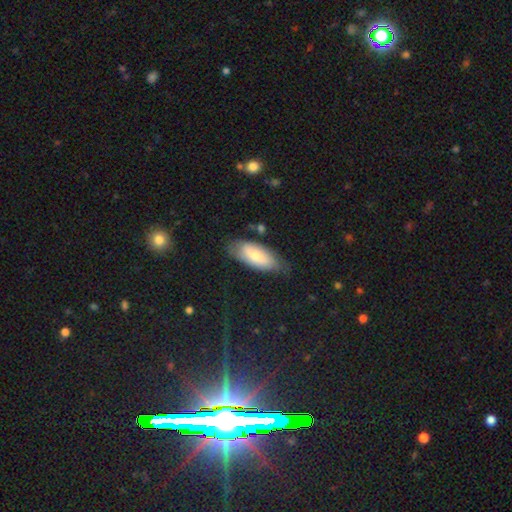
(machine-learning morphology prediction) Smooth or featured? Predicted: smooth (p=0.67). How rounded? Predicted: in between (p=0.87). Merging? Predicted: none (p=0.63).